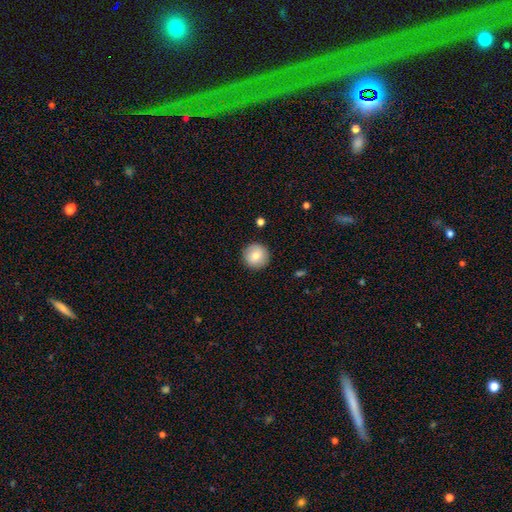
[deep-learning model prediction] Smooth or featured? Predicted: smooth (p=0.82). How rounded? Predicted: round (p=0.96). Merging? Predicted: none (p=0.91).